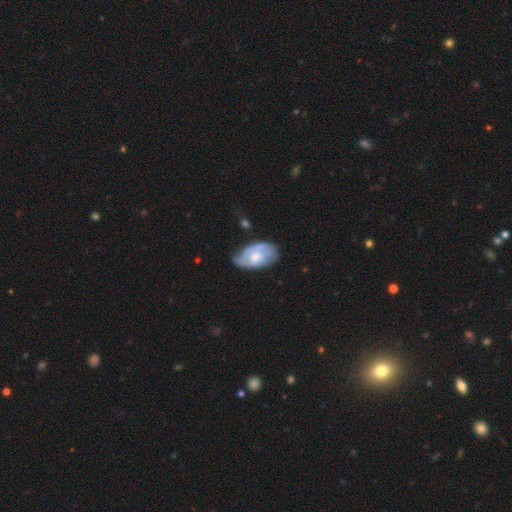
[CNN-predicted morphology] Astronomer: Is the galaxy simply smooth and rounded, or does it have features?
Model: featured or disk — 55% (runner-up: smooth, 39%).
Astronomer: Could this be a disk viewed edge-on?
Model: no — 95%.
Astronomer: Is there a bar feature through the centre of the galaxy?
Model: no — 78%.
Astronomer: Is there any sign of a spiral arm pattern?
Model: yes — 62% (runner-up: no, 38%).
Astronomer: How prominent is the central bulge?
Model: moderate — 51% (runner-up: small, 27%).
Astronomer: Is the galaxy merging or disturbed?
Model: none — 46% (runner-up: minor disturbance, 37%).